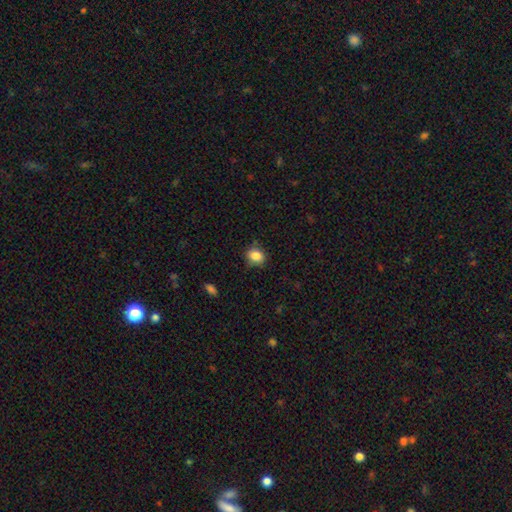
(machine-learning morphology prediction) Smooth or featured? smooth (85%)
How rounded? round (57%)
Merging? none (78%)